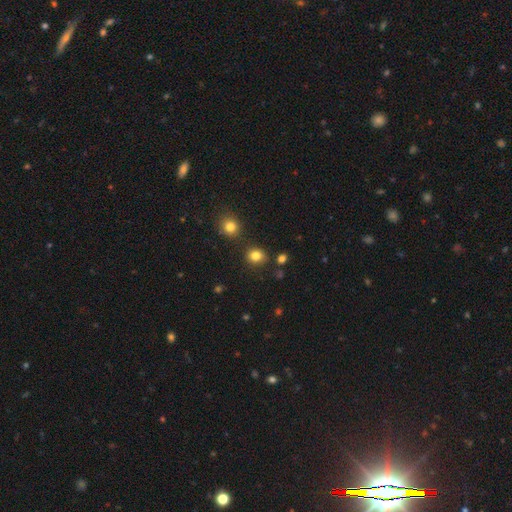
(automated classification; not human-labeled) This appears to be a smooth galaxy with no disk features (82%) that is round (77%). Merging: none (85%).